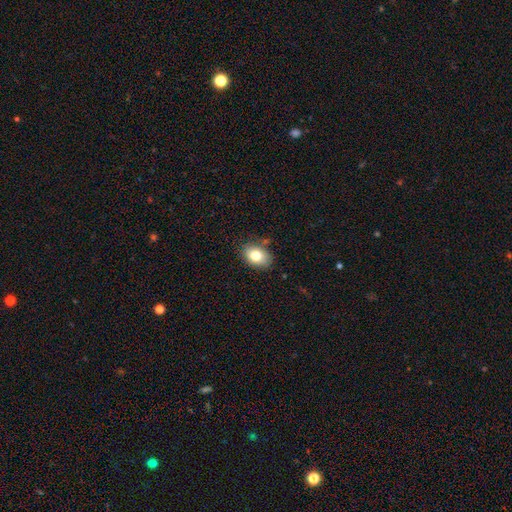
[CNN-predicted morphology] Smooth or featured: smooth — 81% (featured or disk — 11%)
How rounded: in between — 76% (round — 23%)
Merging: none — 78% (minor disturbance — 16%)